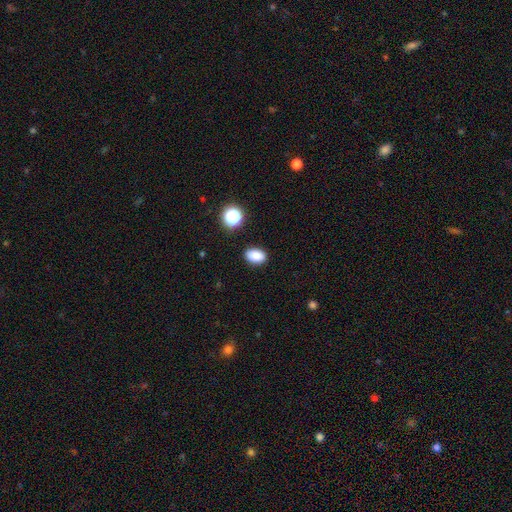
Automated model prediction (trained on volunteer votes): A smooth galaxy with no disk features (85%) that is in between round and cigar-shaped (85%).

Vote fractions:
- Smooth or featured? smooth: 85% / star or artifact: 11% / featured or disk: 4%
- How rounded? in between: 85% / round: 14% / cigar-shaped: 1%
- Merging? none: 86% / minor disturbance: 10% / major disturbance: 2% / merger: 2%